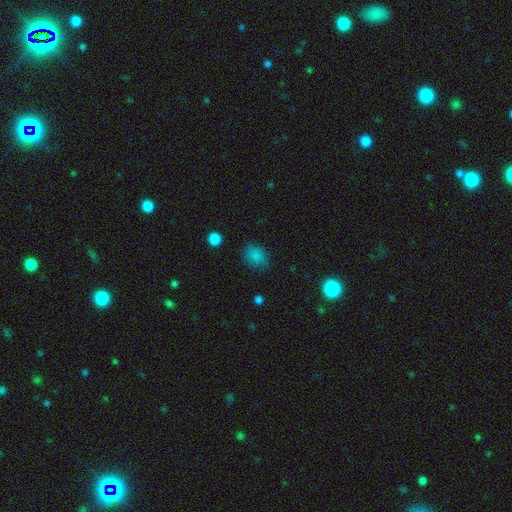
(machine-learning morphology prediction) Smooth or featured: smooth — 83% (star or artifact — 11%)
How rounded: in between — 64% (round — 35%)
Merging: none — 75% (minor disturbance — 19%)